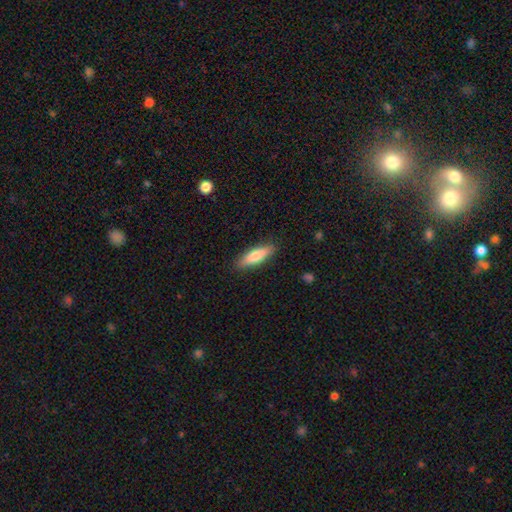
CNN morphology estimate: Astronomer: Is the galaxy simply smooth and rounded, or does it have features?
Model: smooth — 75%.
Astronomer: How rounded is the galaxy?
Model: cigar-shaped — 59% (runner-up: in between, 39%).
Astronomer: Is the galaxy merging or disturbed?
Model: none — 87%.